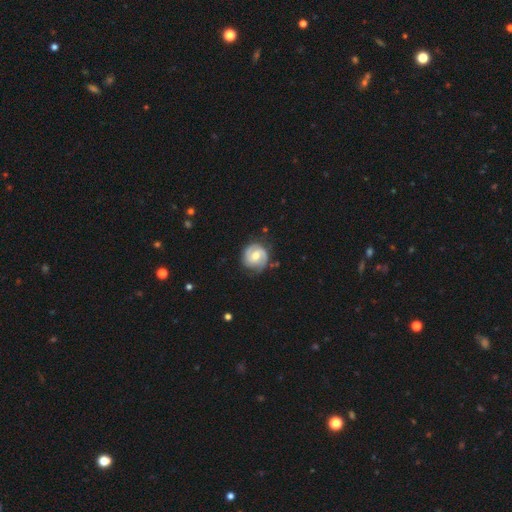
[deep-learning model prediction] A featured or disk galaxy (76%) with a weak bar (50%), 2 (83%) tight (48%) spiral arms (94%) and a moderate central bulge (67%). Merging: none (77%).